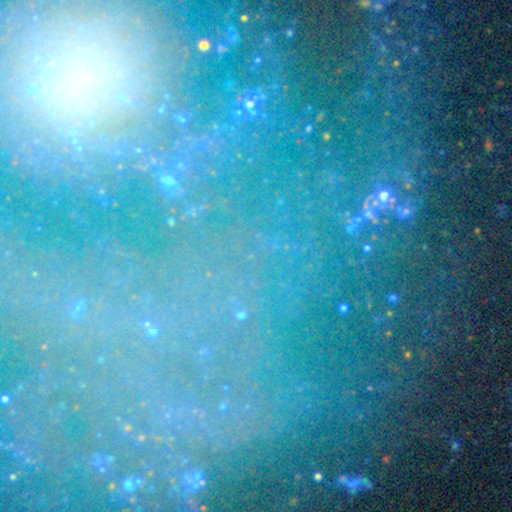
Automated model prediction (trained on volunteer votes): Overall: star or artifact (64%).